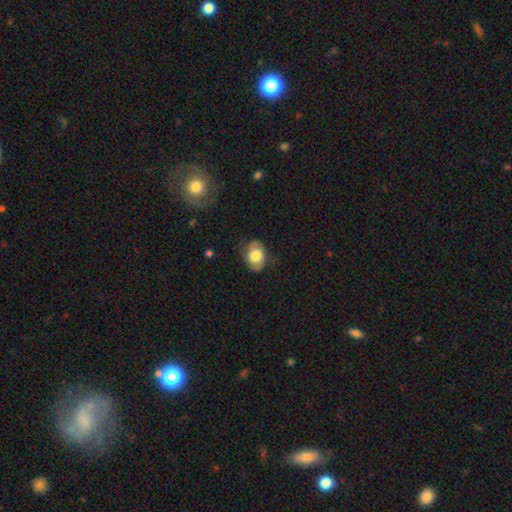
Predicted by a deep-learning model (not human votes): A smooth galaxy with no disk features (56%) that is in between round and cigar-shaped (75%). Merging: none (74%).